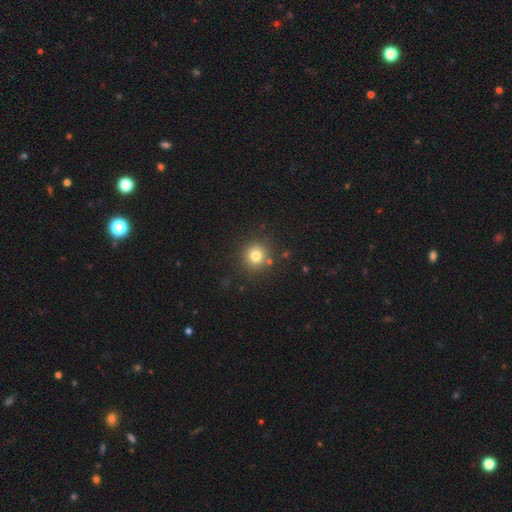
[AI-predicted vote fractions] Smooth or featured?
  - smooth: 78% *
  - star or artifact: 14%
  - featured or disk: 8%
How rounded?
  - round: 92% *
  - in between: 7%
  - cigar-shaped: 1%
Merging?
  - none: 86% *
  - minor disturbance: 7%
  - merger: 4%
  - major disturbance: 3%